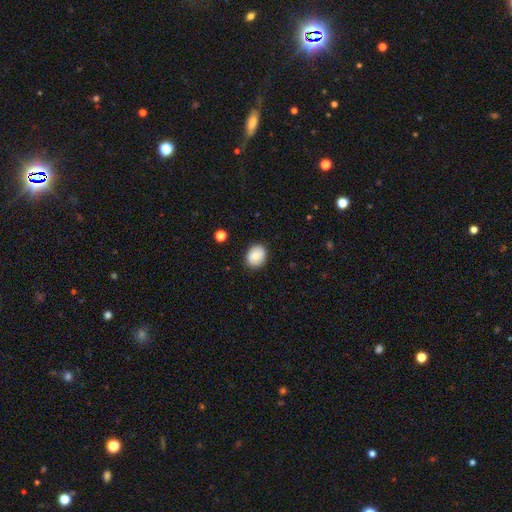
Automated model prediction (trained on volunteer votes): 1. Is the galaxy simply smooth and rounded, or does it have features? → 76% smooth, 16% featured or disk, 8% star or artifact.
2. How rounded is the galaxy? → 56% round, 43% in between, 1% cigar-shaped.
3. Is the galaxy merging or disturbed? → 85% none, 11% minor disturbance, 2% major disturbance, 1% merger.